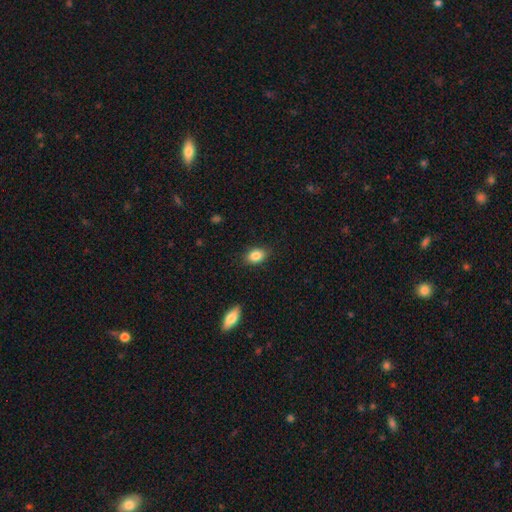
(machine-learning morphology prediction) Smooth or featured? smooth (86%)
How rounded? in between (79%)
Merging? none (86%)